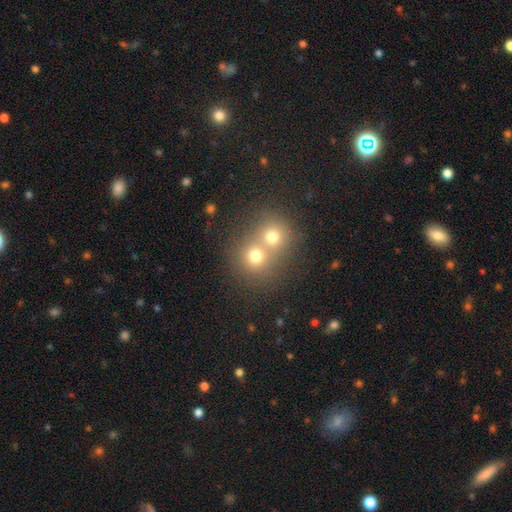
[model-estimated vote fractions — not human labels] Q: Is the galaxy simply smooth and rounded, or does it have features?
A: smooth — 69%.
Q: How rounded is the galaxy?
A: round — 82%.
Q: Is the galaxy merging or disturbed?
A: merger — 61%.